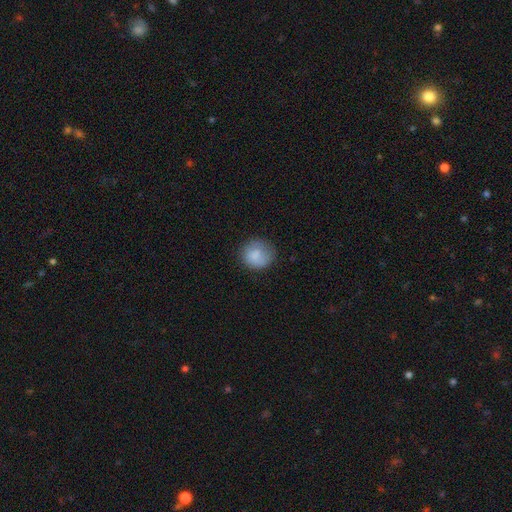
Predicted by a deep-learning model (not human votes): A smooth galaxy with no disk features (82%) that is round (86%). Merging: none (71%).